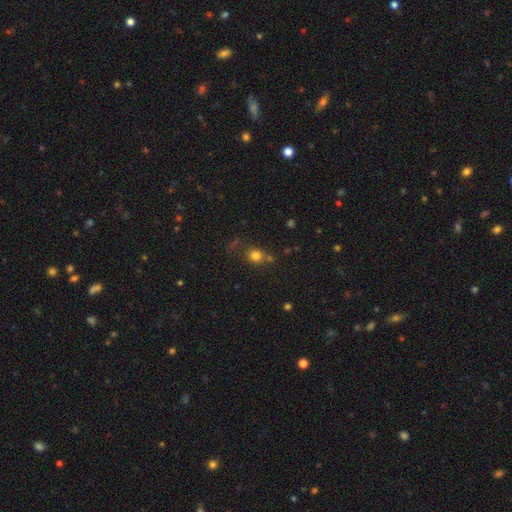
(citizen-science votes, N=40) Smooth or featured: smooth — 85% (featured or disk — 8%)
How rounded: round — 82% (in between — 18%)
Merging: none — 57% (minor disturbance — 32%)